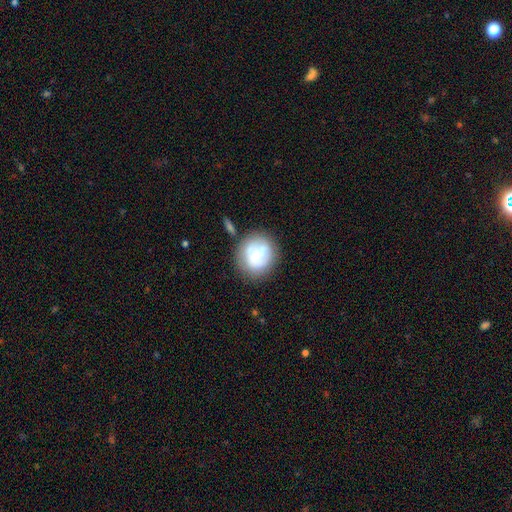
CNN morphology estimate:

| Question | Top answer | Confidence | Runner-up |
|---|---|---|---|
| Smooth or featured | smooth | 58% | featured or disk (34%) |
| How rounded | round | 84% | in between (15%) |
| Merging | none | 62% | minor disturbance (18%) |